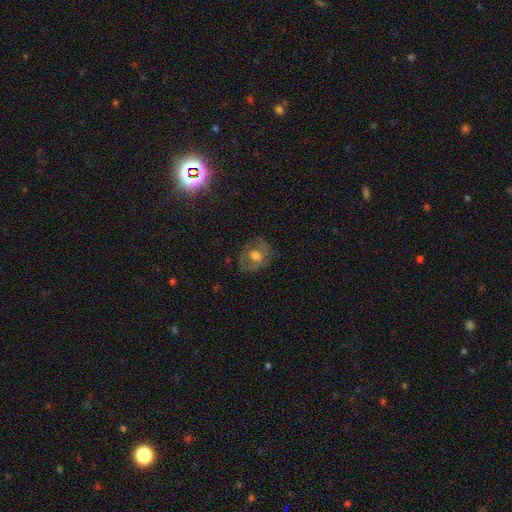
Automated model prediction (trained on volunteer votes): Smooth or featured? Predicted: smooth (p=0.49). Merging? Predicted: none (p=0.70).